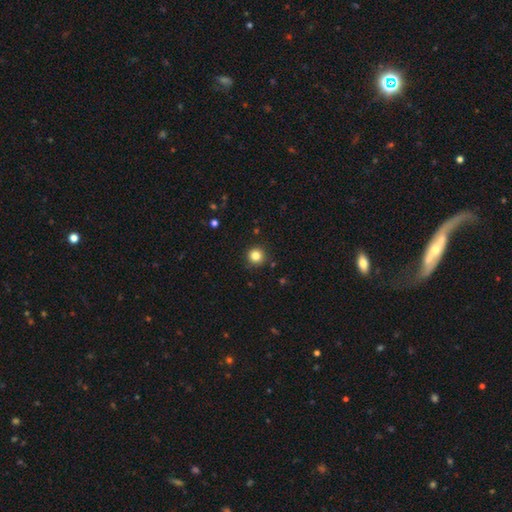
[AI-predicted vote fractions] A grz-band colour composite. It shows a smooth galaxy with no disk features (83%) that is round (95%). Merging: none (91%).